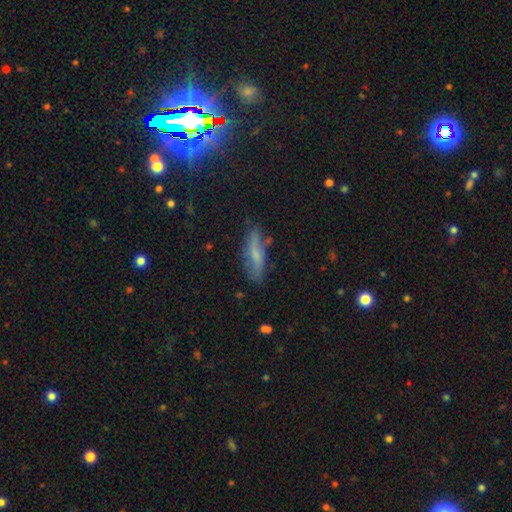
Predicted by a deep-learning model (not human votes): Morphology: type=smooth (61%); roundness=cigar-shaped (61%); merging=none (70%).